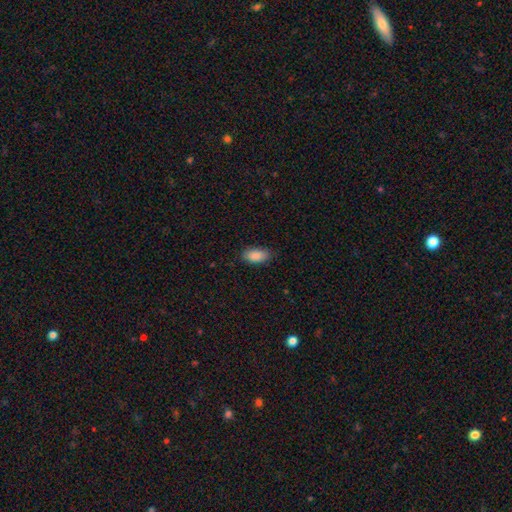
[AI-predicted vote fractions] smooth-or-featured: smooth: 88% | star or artifact: 7% | featured or disk: 5%
  how-rounded: in between: 92% | cigar-shaped: 5% | round: 3%
  merging: none: 85% | minor disturbance: 12% | major disturbance: 2% | merger: 1%